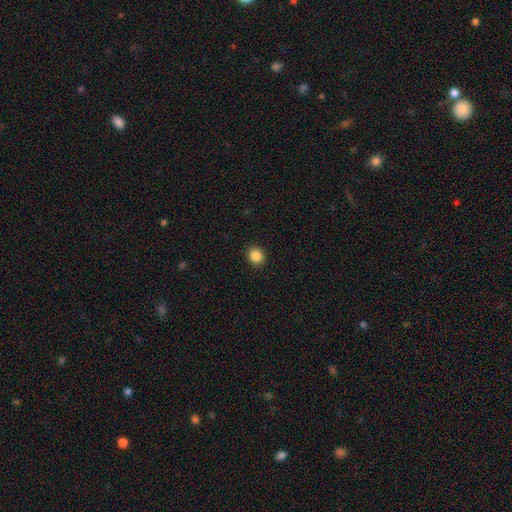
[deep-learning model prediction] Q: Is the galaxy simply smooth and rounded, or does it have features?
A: smooth — 86%.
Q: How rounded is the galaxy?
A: round — 73%.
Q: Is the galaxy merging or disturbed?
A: none — 91%.